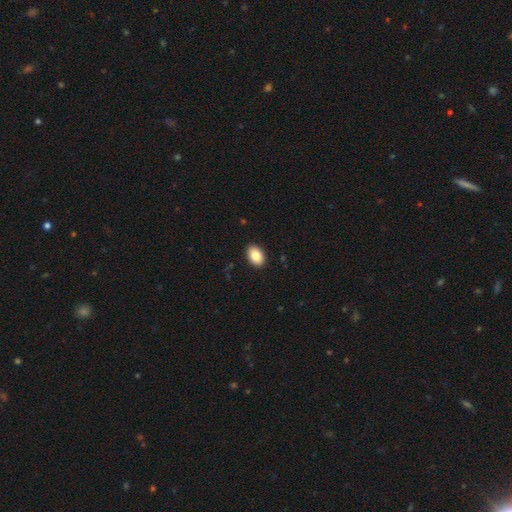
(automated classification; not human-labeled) A smooth galaxy with no disk features (85%) that is in between round and cigar-shaped (87%). Merging: none (91%).